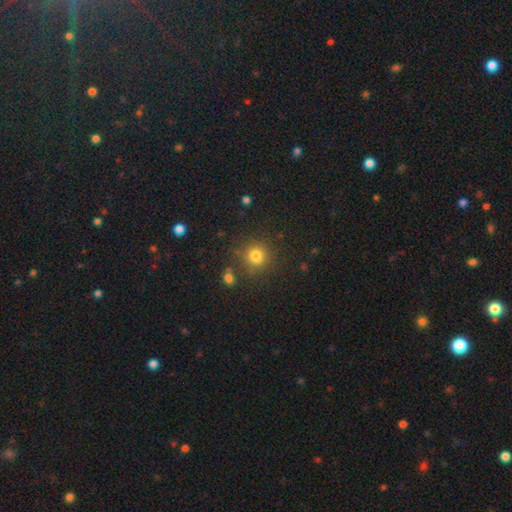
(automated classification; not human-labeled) A smooth galaxy with no disk features (79%) that is round (89%).

Vote fractions:
- Smooth or featured? smooth: 79% / star or artifact: 15% / featured or disk: 6%
- How rounded? round: 89% / in between: 10% / cigar-shaped: 1%
- Merging? none: 81% / minor disturbance: 9% / merger: 6% / major disturbance: 4%